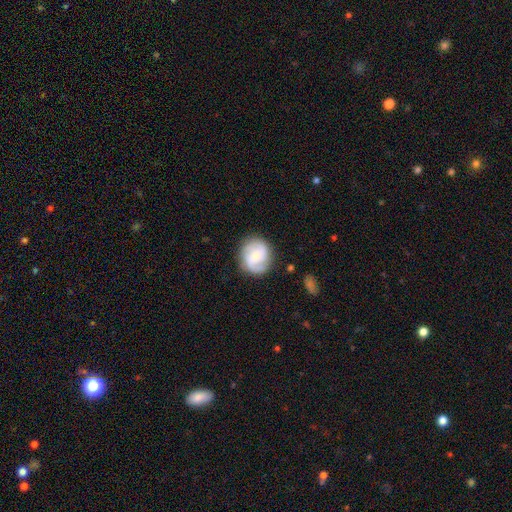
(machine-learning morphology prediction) Smooth or featured?
  - featured or disk: 74% *
  - smooth: 20%
  - star or artifact: 6%
Edge-on disk?
  - no: 98% *
  - yes: 2%
Bar?
  - no: 57% *
  - weak: 35%
  - strong: 7%
Spiral arms?
  - yes: 96% *
  - no: 4%
Spiral winding?
  - medium: 44% *
  - tight: 41%
  - loose: 15%
Spiral arm count?
  - 2: 56% *
  - 3: 24%
  - can't tell: 11%
  - 1: 4%
  - 4: 3%
  - more than 4: 3%
Bulge size?
  - small: 65% *
  - moderate: 28%
  - none: 4%
  - large: 2%
  - dominant: 1%
Merging?
  - none: 81% *
  - minor disturbance: 13%
  - major disturbance: 5%
  - merger: 2%